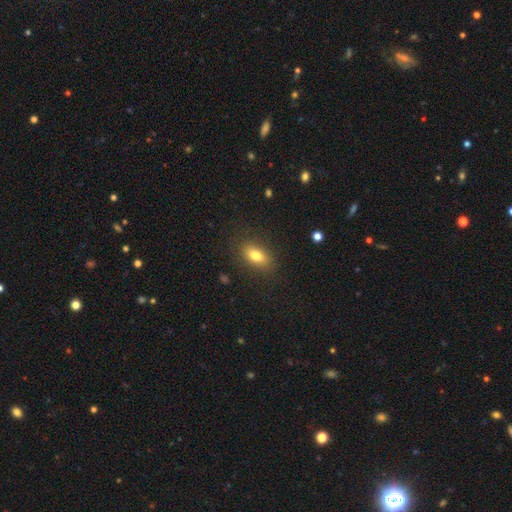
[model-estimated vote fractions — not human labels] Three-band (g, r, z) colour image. It shows a smooth galaxy with no disk features (77%) that is in between round and cigar-shaped (84%). Merging: none (85%).